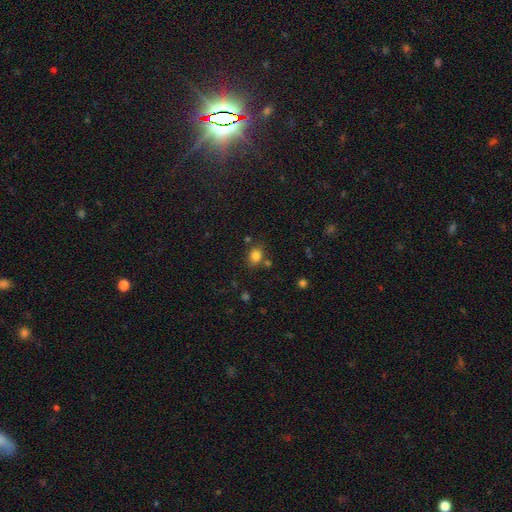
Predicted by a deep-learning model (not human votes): Smooth or featured? smooth (81%)
How rounded? round (60%)
Merging? none (72%)